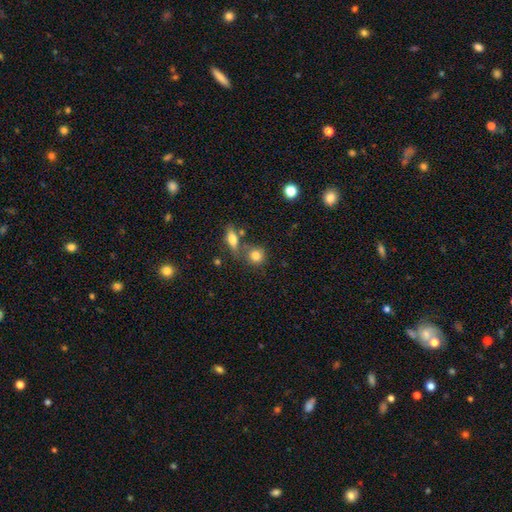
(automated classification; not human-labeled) A smooth galaxy with no disk features (81%) that is round (81%).

Vote fractions:
- Smooth or featured? smooth: 81% / star or artifact: 10% / featured or disk: 10%
- How rounded? round: 81% / in between: 17% / cigar-shaped: 2%
- Merging? none: 61% / merger: 23% / minor disturbance: 11% / major disturbance: 4%